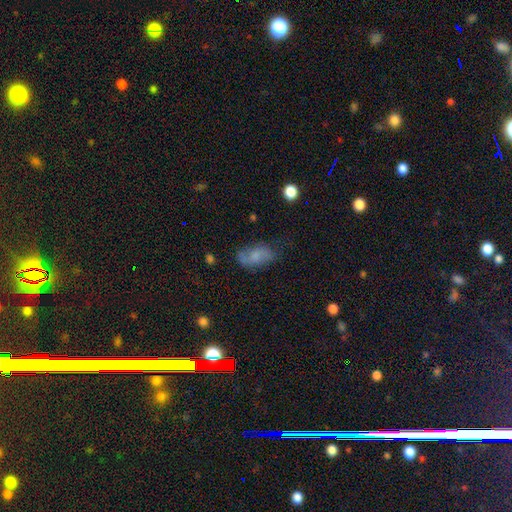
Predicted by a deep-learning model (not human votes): smooth_or_featured: smooth (p=0.58) [alt: featured or disk p=0.31]
how_rounded: in between (p=0.89) [alt: round p=0.06]
merging: none (p=0.53) [alt: minor disturbance p=0.28]